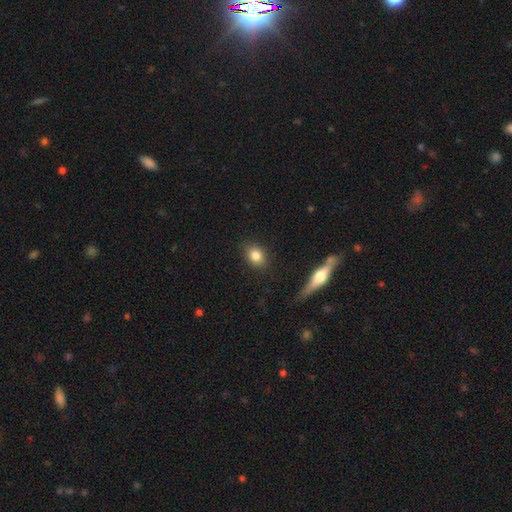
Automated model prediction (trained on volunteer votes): A smooth galaxy with no disk features (83%) that is in between round and cigar-shaped (51%).

Vote fractions:
- Smooth or featured? smooth: 83% / star or artifact: 9% / featured or disk: 9%
- How rounded? in between: 51% / round: 47% / cigar-shaped: 2%
- Merging? none: 87% / minor disturbance: 9% / major disturbance: 2% / merger: 2%